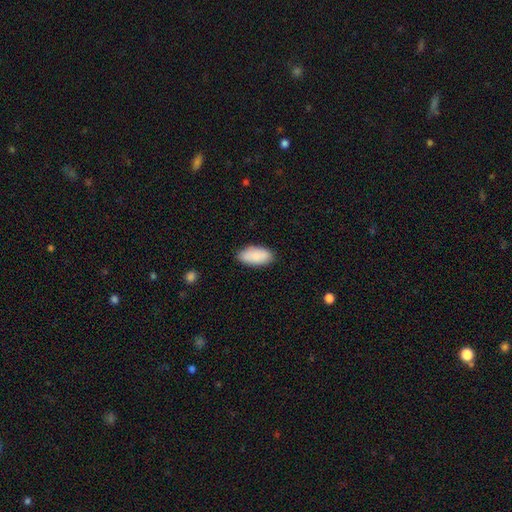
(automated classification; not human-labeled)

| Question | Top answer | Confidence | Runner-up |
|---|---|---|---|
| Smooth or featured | smooth | 88% | featured or disk (6%) |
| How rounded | in between | 94% | cigar-shaped (4%) |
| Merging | none | 86% | minor disturbance (11%) |